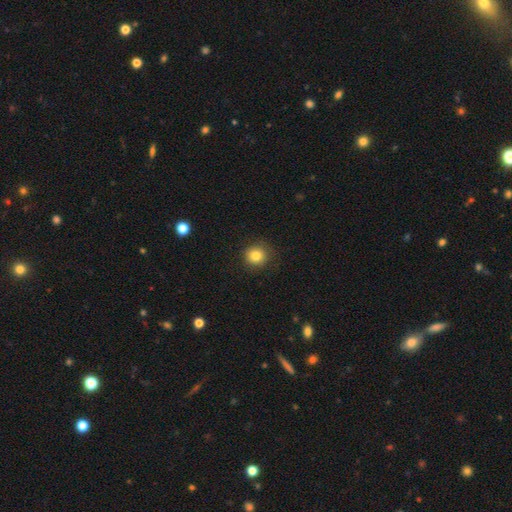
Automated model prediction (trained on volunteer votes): Q: Smooth or featured?
A: smooth (82%); runner-up: star or artifact (11%)
Q: How rounded?
A: round (91%); runner-up: in between (8%)
Q: Merging?
A: none (87%); runner-up: minor disturbance (9%)